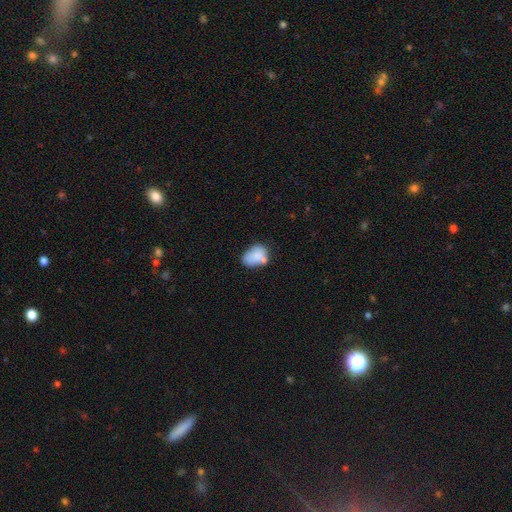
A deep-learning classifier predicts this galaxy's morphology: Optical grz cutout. It shows a smooth galaxy with no disk features (78%) that is in between round and cigar-shaped (76%). Merging: none (43%).